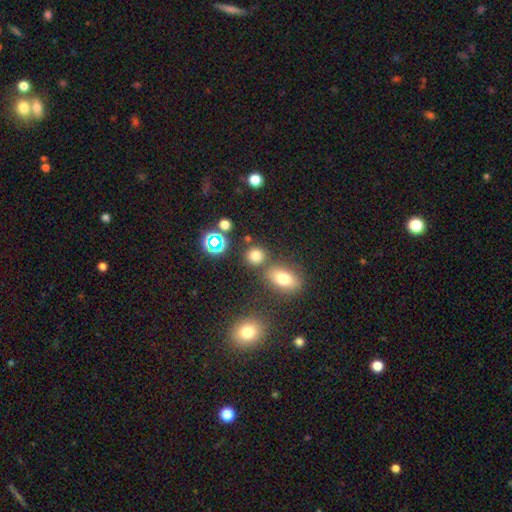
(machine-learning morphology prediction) smooth-or-featured: smooth: 72% | star or artifact: 22% | featured or disk: 7%
  how-rounded: round: 82% | in between: 16% | cigar-shaped: 2%
  merging: none: 74% | merger: 13% | minor disturbance: 9% | major disturbance: 4%